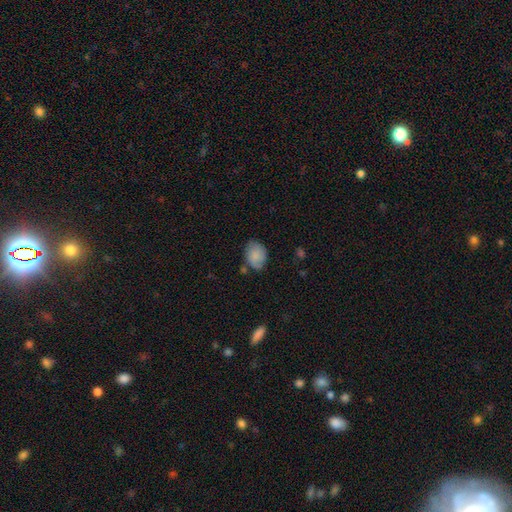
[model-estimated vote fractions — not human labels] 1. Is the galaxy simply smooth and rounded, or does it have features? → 80% smooth, 13% featured or disk, 7% star or artifact.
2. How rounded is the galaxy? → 67% in between, 32% round, 1% cigar-shaped.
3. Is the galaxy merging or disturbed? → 61% none, 28% minor disturbance, 7% major disturbance, 5% merger.